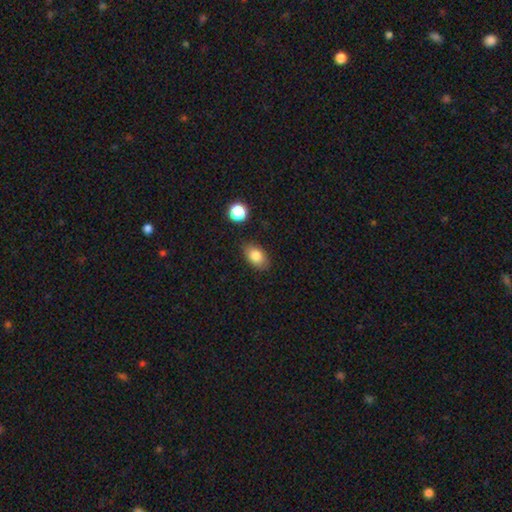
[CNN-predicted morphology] The model was most divided on "merging": none: 83%, minor disturbance: 12%, major disturbance: 3%, merger: 3%. More confident: how rounded — in between (87%); smooth or featured — smooth (82%).